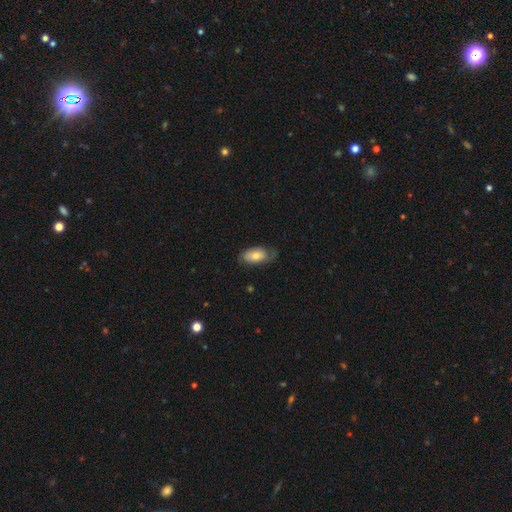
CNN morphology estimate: The model was most divided on "merging": none: 61%, minor disturbance: 29%, major disturbance: 8%, merger: 1%. More confident: how rounded — in between (91%); smooth or featured — smooth (72%).